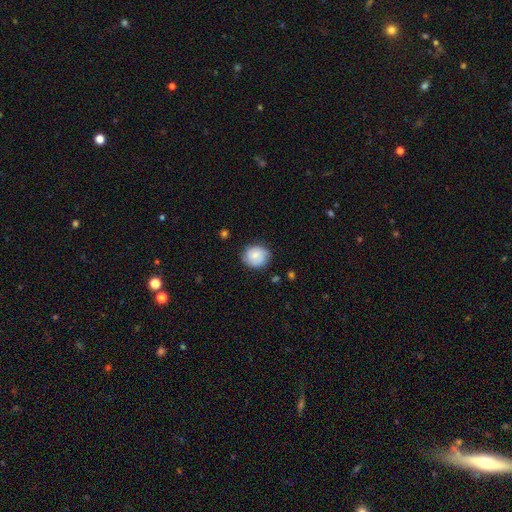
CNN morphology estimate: This is likely a smooth galaxy (64%). How rounded: likely round (75%). Merging: likely none (79%).